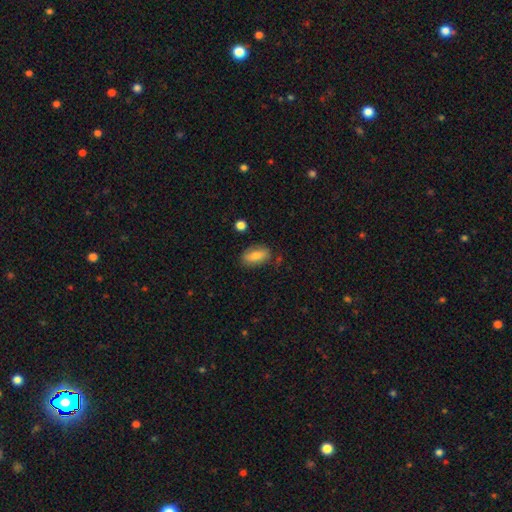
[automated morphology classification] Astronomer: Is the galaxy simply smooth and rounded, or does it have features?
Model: smooth — 73%.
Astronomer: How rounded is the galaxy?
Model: in between — 88%.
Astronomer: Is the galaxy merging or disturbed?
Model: none — 76%.